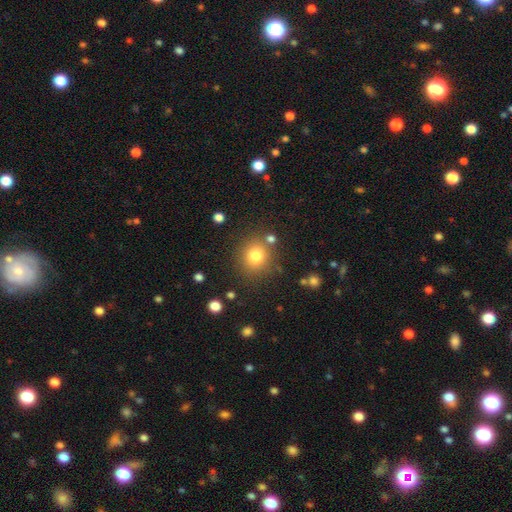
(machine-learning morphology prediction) Q: Smooth or featured?
A: smooth (79%); runner-up: star or artifact (13%)
Q: How rounded?
A: round (80%); runner-up: in between (19%)
Q: Merging?
A: none (79%); runner-up: minor disturbance (10%)